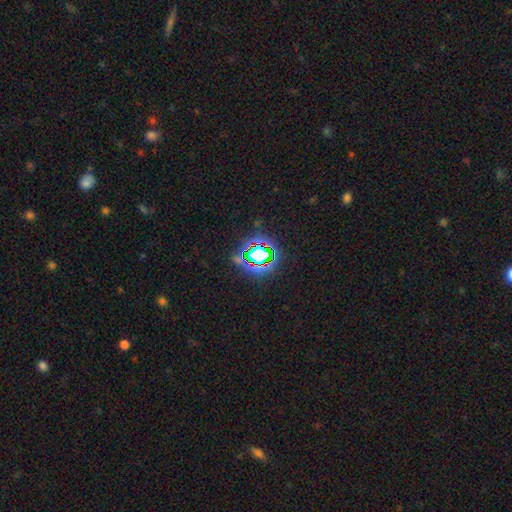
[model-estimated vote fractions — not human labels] Overall: star or artifact (68%).